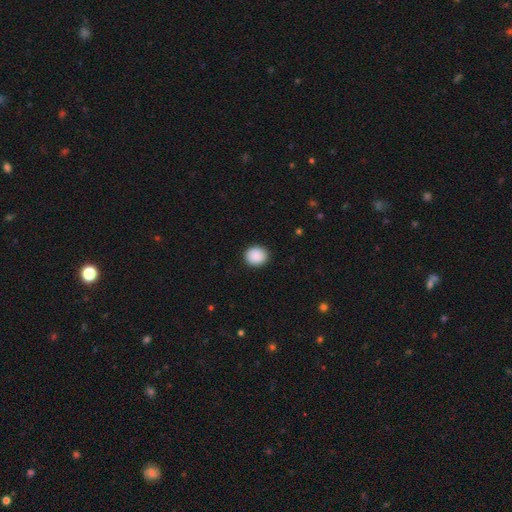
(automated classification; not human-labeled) A smooth galaxy with no disk features (90%) that is round (83%). Merging: none (92%).